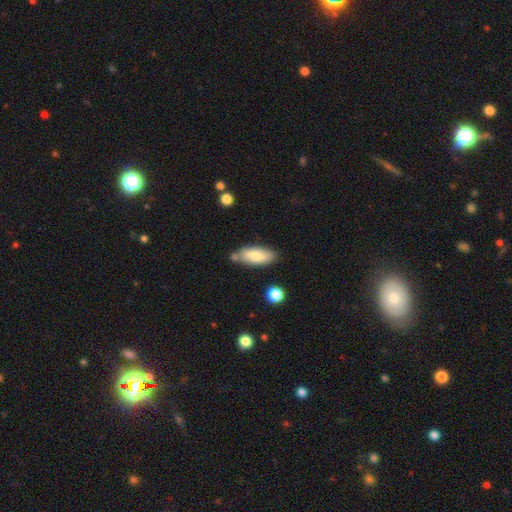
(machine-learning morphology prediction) Smooth or featured?
  - smooth: 80% *
  - featured or disk: 14%
  - star or artifact: 6%
How rounded?
  - in between: 76% *
  - cigar-shaped: 22%
  - round: 2%
Merging?
  - none: 69% *
  - minor disturbance: 17%
  - merger: 10%
  - major disturbance: 4%